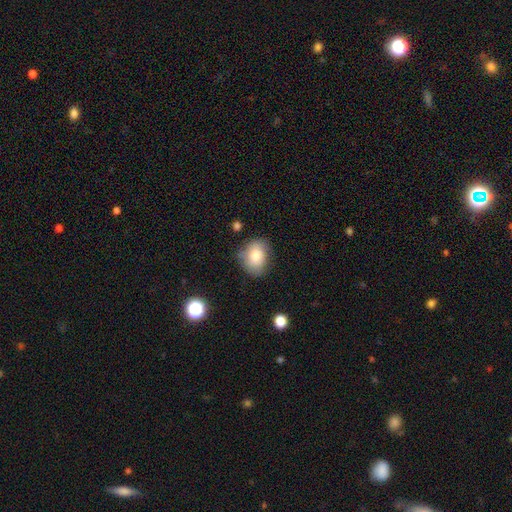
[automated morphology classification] Q: Smooth or featured?
A: smooth (79%); runner-up: featured or disk (13%)
Q: How rounded?
A: in between (57%); runner-up: round (42%)
Q: Merging?
A: none (69%); runner-up: minor disturbance (23%)